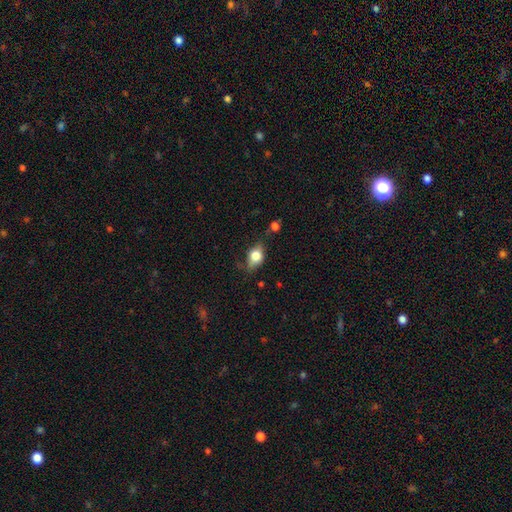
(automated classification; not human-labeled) A smooth galaxy with no disk features (69%) that is in between round and cigar-shaped (64%). Merging: none (58%).